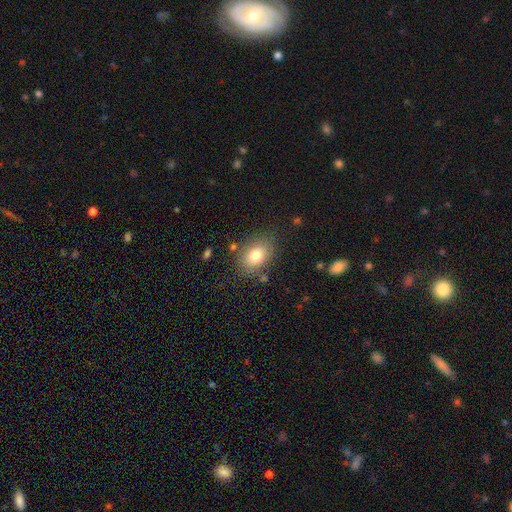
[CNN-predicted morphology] This is likely a smooth galaxy (79%). How rounded: likely in between (71%). Merging: likely none (80%).